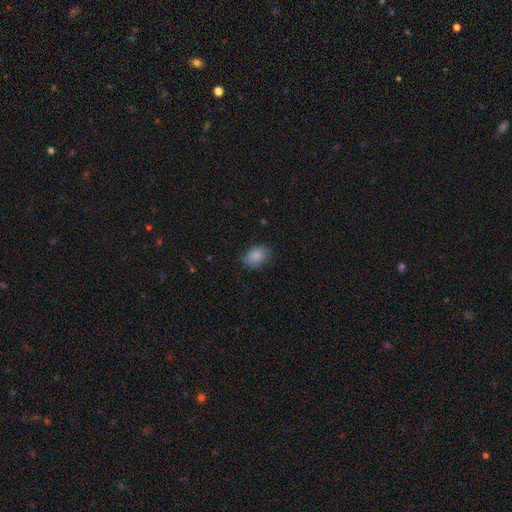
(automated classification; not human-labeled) Q: Smooth or featured?
A: smooth (86%); runner-up: star or artifact (8%)
Q: How rounded?
A: in between (76%); runner-up: round (23%)
Q: Merging?
A: none (74%); runner-up: minor disturbance (20%)